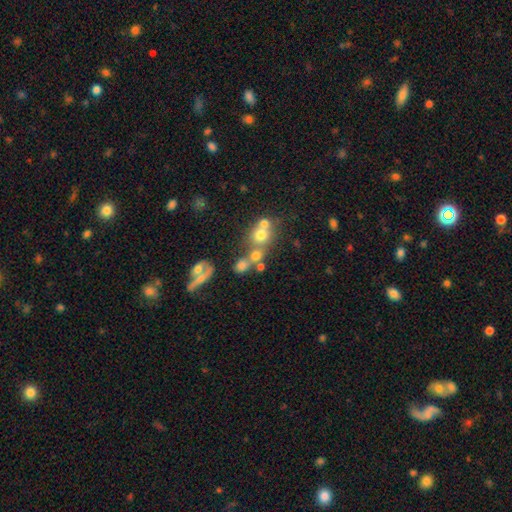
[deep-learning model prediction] Smooth or featured: smooth — 62% (featured or disk — 21%)
How rounded: round — 75% (in between — 22%)
Merging: merger — 45% (none — 39%)